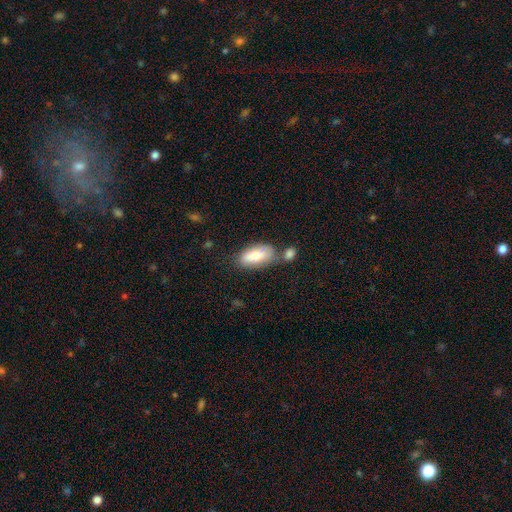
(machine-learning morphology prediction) This appears to be a smooth galaxy with no disk features (80%) that is in between round and cigar-shaped (89%). Merging: none (56%).